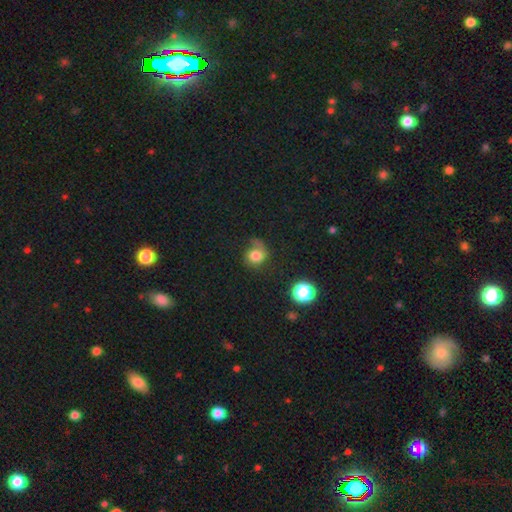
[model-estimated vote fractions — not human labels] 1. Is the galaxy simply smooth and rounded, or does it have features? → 60% smooth, 28% featured or disk, 11% star or artifact.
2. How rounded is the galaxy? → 73% round, 26% in between, 1% cigar-shaped.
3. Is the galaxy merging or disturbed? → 43% none, 29% major disturbance, 24% minor disturbance, 5% merger.